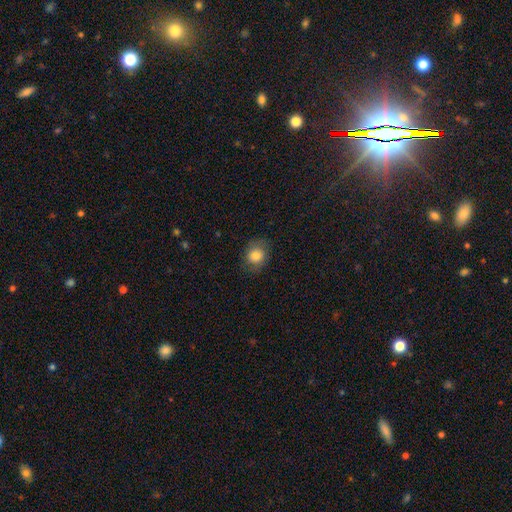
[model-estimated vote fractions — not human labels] smooth 78%, featured or disk 13%, star or artifact 9%. Down the decision tree: how rounded — round (69%); merging — none (78%).